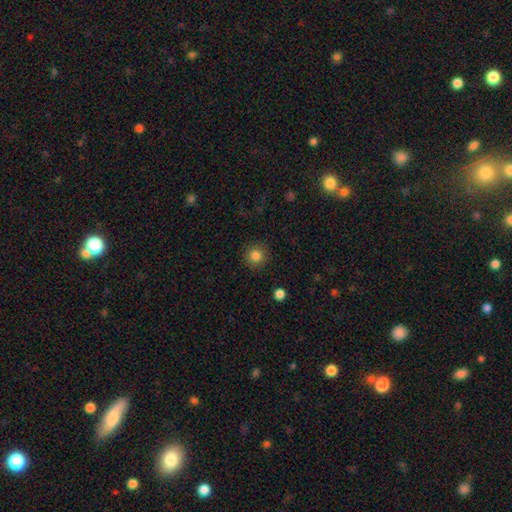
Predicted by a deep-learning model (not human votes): Q: Smooth or featured?
A: smooth (84%); runner-up: star or artifact (11%)
Q: How rounded?
A: round (94%); runner-up: in between (5%)
Q: Merging?
A: none (90%); runner-up: minor disturbance (6%)